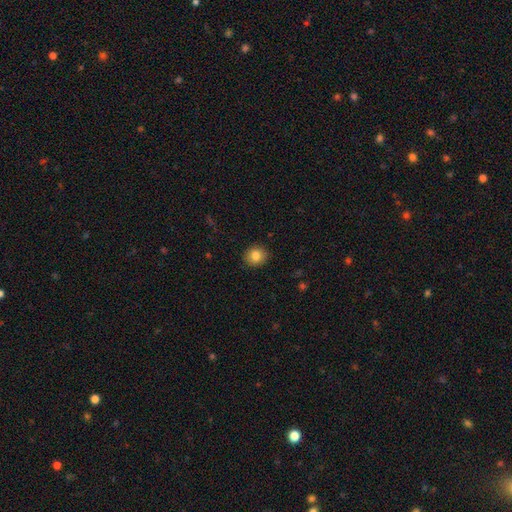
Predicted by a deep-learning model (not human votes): The model was most divided on "how rounded": round: 81%, in between: 18%, cigar-shaped: 1%. More confident: merging — none (90%); smooth or featured — smooth (83%).